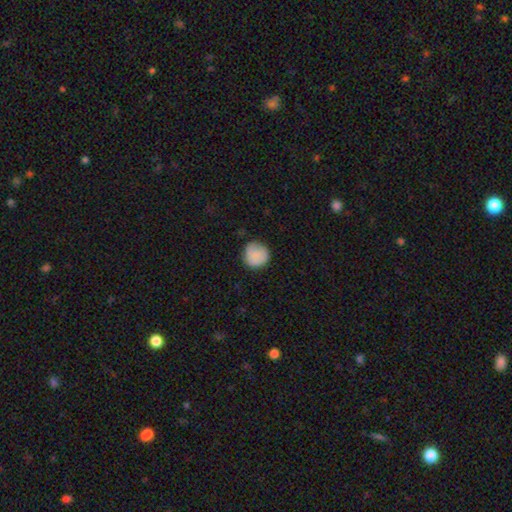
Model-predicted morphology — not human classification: A smooth galaxy with no disk features (85%) that is round (93%). Merging: none (78%).